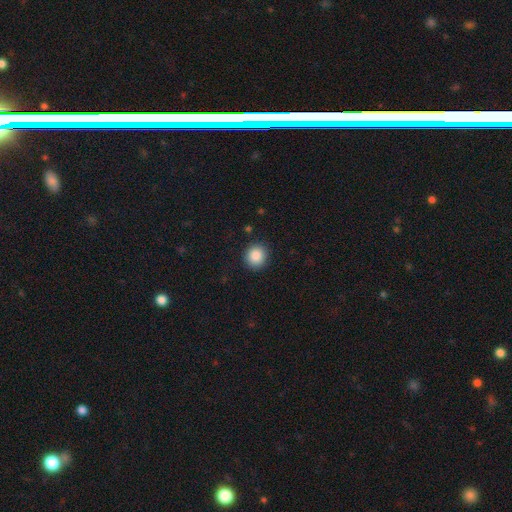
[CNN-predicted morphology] This is clearly a smooth galaxy (88%). How rounded: clearly round (88%). Merging: clearly none (89%).